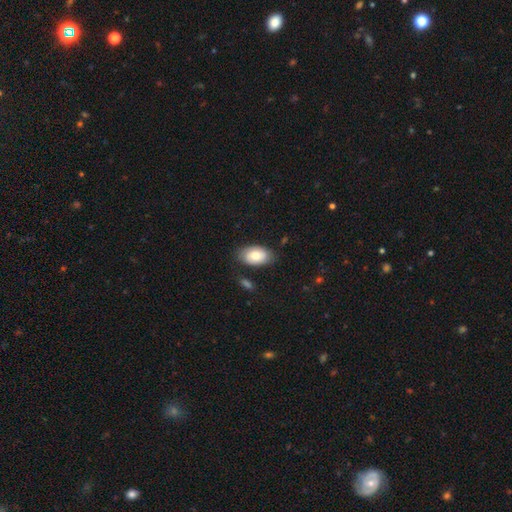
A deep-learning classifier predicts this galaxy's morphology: A smooth galaxy with no disk features (76%) that is in between round and cigar-shaped (92%).

Vote fractions:
- Smooth or featured? smooth: 76% / featured or disk: 17% / star or artifact: 7%
- How rounded? in between: 92% / round: 6% / cigar-shaped: 1%
- Merging? none: 76% / minor disturbance: 17% / major disturbance: 4% / merger: 3%